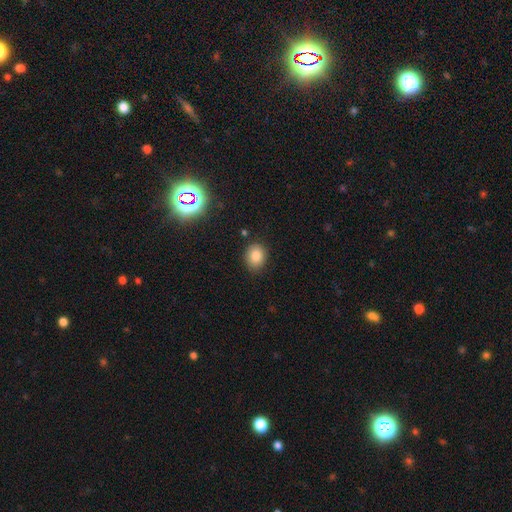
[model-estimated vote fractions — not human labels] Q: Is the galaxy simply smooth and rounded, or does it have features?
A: smooth — 82%.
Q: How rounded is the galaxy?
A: round — 54%.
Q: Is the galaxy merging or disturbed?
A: none — 84%.